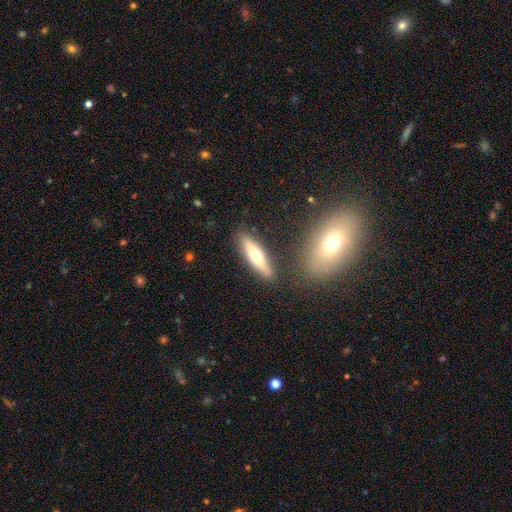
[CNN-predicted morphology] Q: Smooth or featured?
A: smooth (56%); runner-up: featured or disk (38%)
Q: How rounded?
A: cigar-shaped (64%); runner-up: in between (34%)
Q: Merging?
A: none (81%); runner-up: minor disturbance (11%)